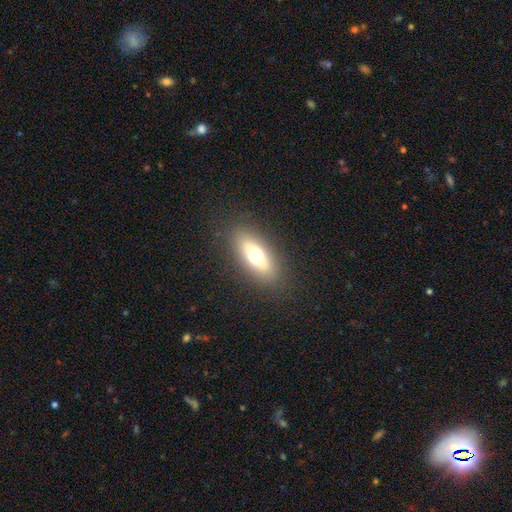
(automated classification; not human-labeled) This is possibly a smooth galaxy (60%). How rounded: likely in between (74%). Merging: clearly none (85%).